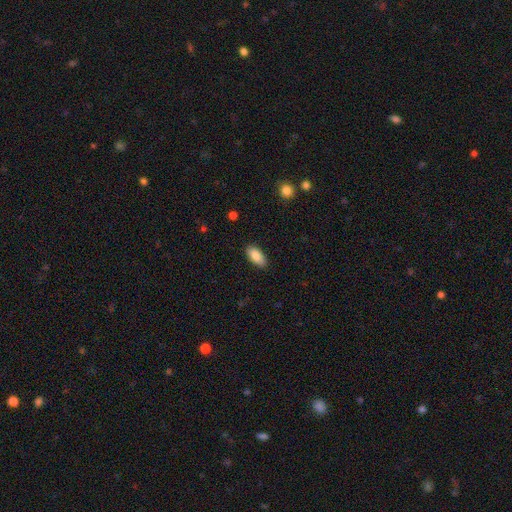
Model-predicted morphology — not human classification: smooth 88%, star or artifact 7%, featured or disk 6%. Down the decision tree: how rounded — in between (90%); merging — none (87%).